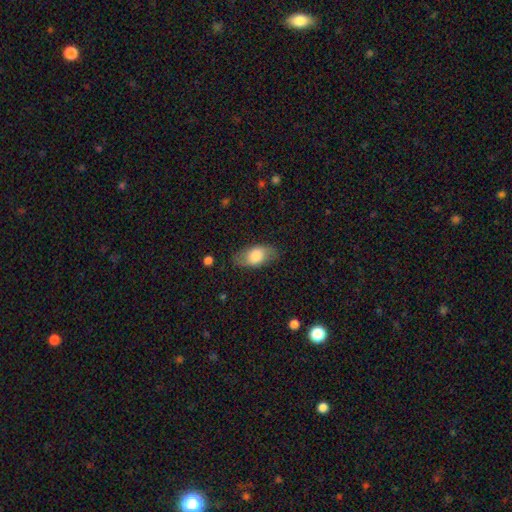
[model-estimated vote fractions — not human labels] A smooth galaxy with no disk features (70%) that is in between round and cigar-shaped (89%). Merging: none (76%).